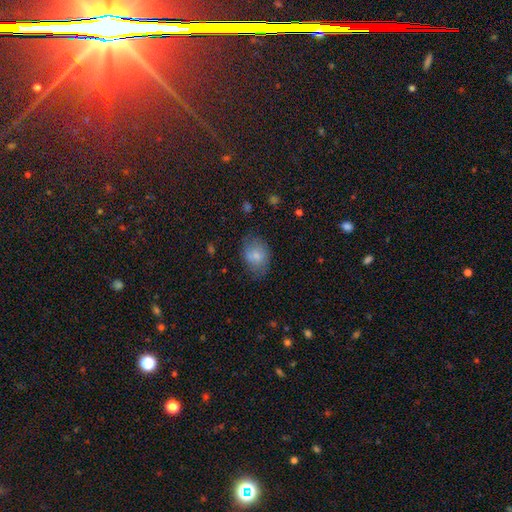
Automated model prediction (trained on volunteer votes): Smooth or featured: smooth — 75% (featured or disk — 16%)
How rounded: in between — 67% (round — 31%)
Merging: none — 62% (minor disturbance — 26%)